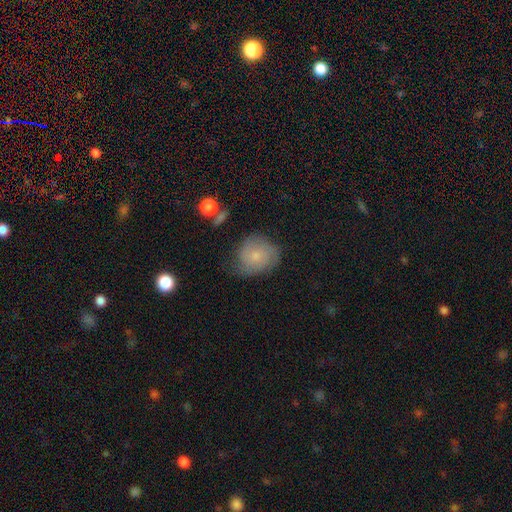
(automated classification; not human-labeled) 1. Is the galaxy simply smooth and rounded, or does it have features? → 57% smooth, 34% featured or disk, 8% star or artifact.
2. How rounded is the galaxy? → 66% round, 33% in between, 1% cigar-shaped.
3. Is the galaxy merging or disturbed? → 58% none, 30% minor disturbance, 10% major disturbance, 2% merger.